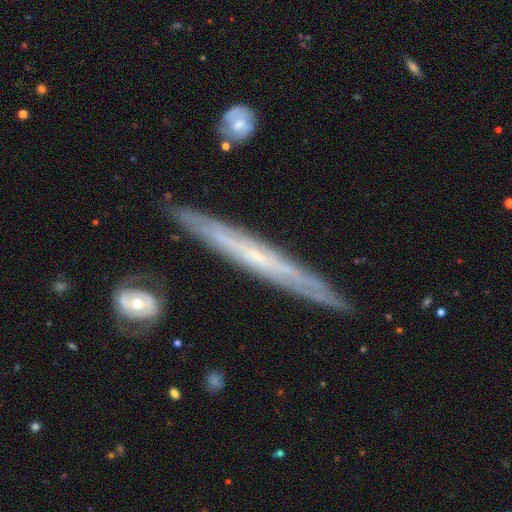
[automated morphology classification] smooth-or-featured: featured or disk: 70% | smooth: 24% | star or artifact: 6%
  disk-edge-on: yes: 88% | no: 12%
    edge-on-bulge: none: 77% | rounded: 20% | boxy: 3%
  merging: none: 87% | minor disturbance: 10% | merger: 2% | major disturbance: 2%